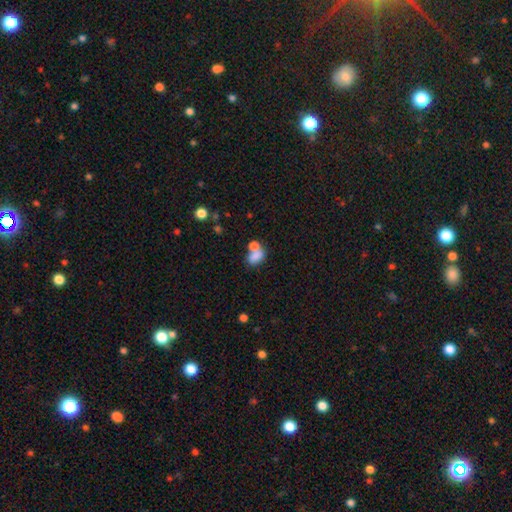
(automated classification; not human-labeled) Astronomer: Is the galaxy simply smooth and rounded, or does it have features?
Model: smooth — 79%.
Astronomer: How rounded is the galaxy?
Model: in between — 80%.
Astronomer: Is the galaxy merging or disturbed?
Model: merger — 49% (runner-up: none, 34%).